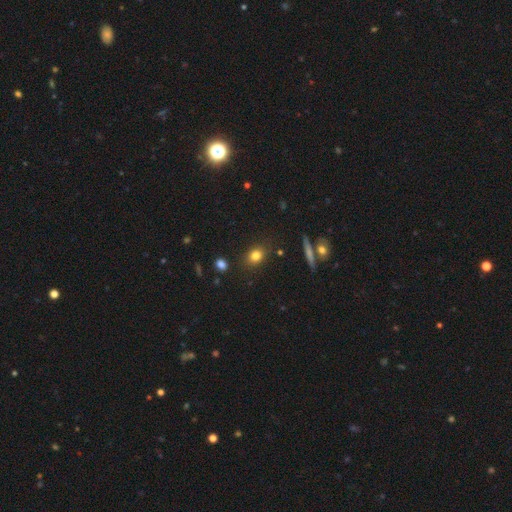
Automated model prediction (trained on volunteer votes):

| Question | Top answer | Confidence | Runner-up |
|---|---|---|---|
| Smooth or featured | smooth | 81% | star or artifact (11%) |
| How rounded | in between | 53% | round (44%) |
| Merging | none | 84% | minor disturbance (10%) |